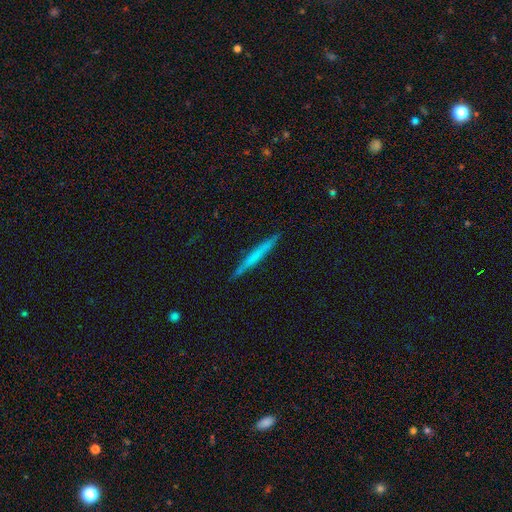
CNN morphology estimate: This appears to be a smooth galaxy with no disk features (54%) that is cigar-shaped (97%). Merging: none (91%).